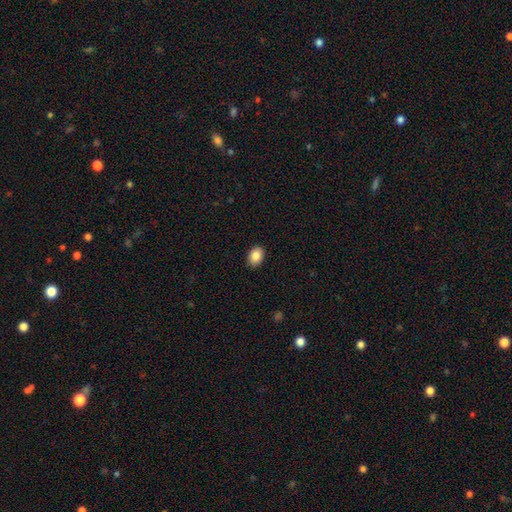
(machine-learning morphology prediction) smooth-or-featured: smooth: 87% | star or artifact: 8% | featured or disk: 6%
  how-rounded: in between: 77% | round: 22% | cigar-shaped: 1%
  merging: none: 89% | minor disturbance: 9% | major disturbance: 2% | merger: 1%